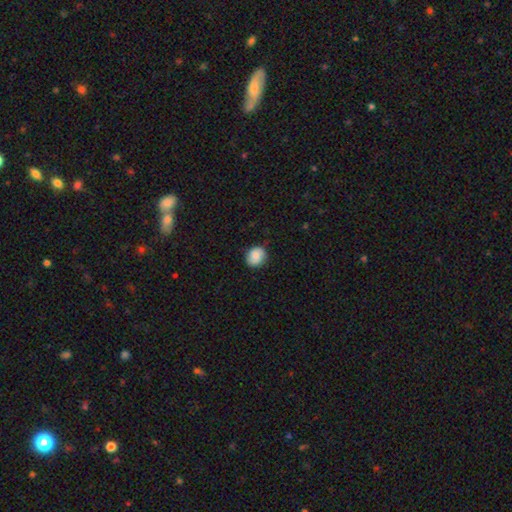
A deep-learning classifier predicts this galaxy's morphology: smooth-or-featured: smooth: 78% | featured or disk: 14% | star or artifact: 8%
  how-rounded: round: 67% | in between: 32% | cigar-shaped: 1%
  merging: none: 81% | minor disturbance: 15% | major disturbance: 3% | merger: 1%